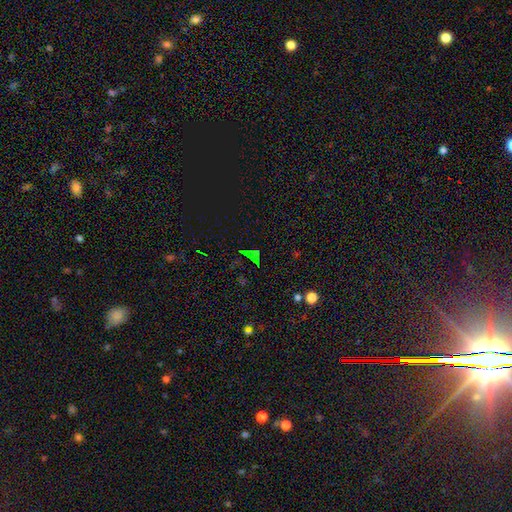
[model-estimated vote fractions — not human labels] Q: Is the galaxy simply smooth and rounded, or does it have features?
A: star or artifact — 68%.